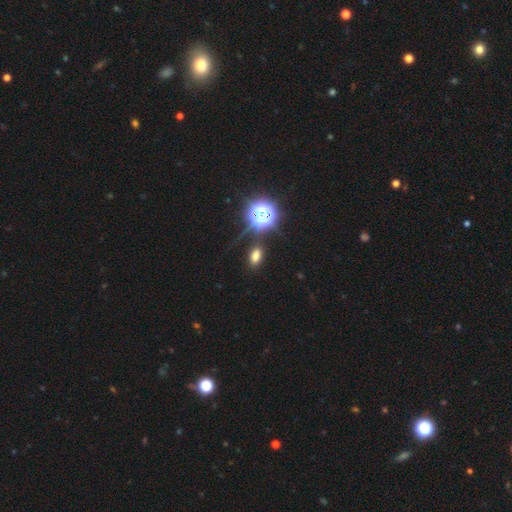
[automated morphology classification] A smooth galaxy with no disk features (65%) that is in between round and cigar-shaped (82%). Merging: none (81%).